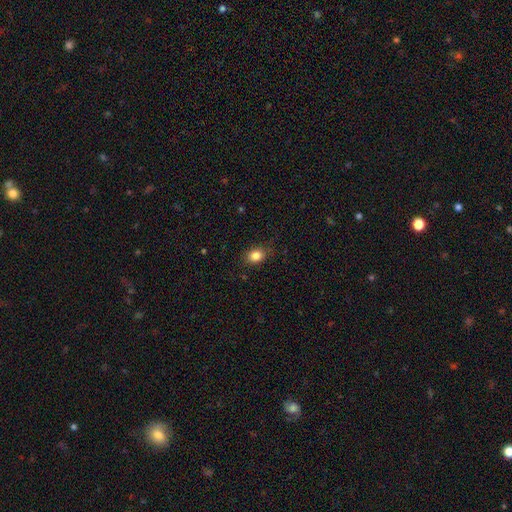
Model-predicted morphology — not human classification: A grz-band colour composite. It shows a smooth galaxy with no disk features (85%) that is in between round and cigar-shaped (61%). Merging: none (83%).